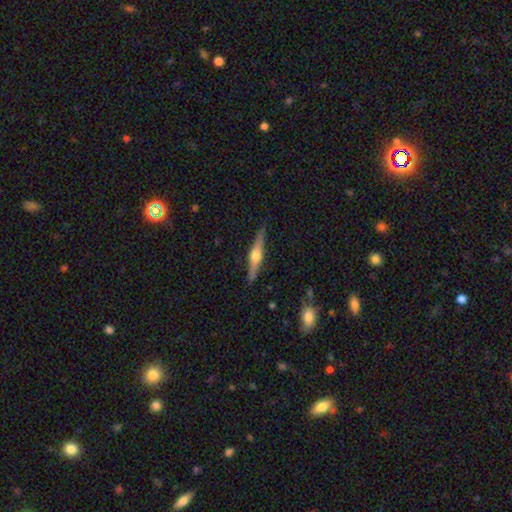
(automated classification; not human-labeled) Smooth or featured? featured or disk (75%)
Edge-on disk? yes (98%)
Edge-on bulge? rounded (94%)
Merging? none (89%)